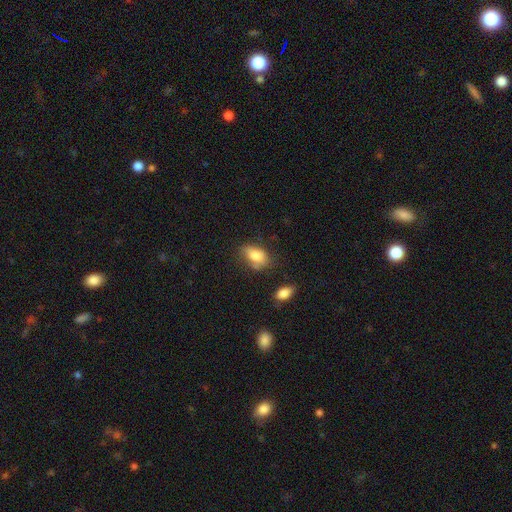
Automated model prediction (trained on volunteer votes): This appears to be a smooth galaxy with no disk features (81%) that is in between round and cigar-shaped (88%). Merging: none (58%).